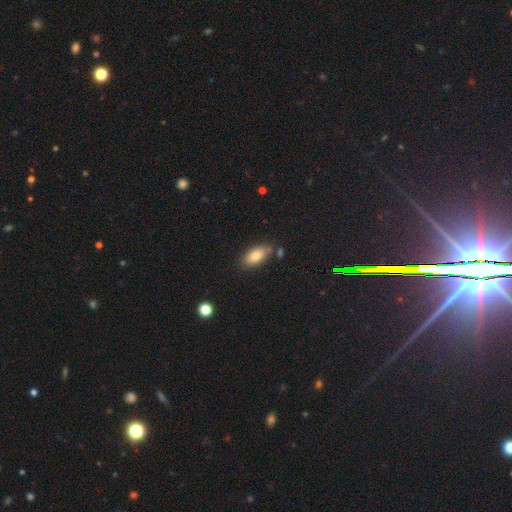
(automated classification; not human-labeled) smooth_or_featured: smooth (p=0.81) [alt: featured or disk p=0.11]
how_rounded: in between (p=0.90) [alt: cigar-shaped p=0.06]
merging: none (p=0.75) [alt: minor disturbance p=0.14]